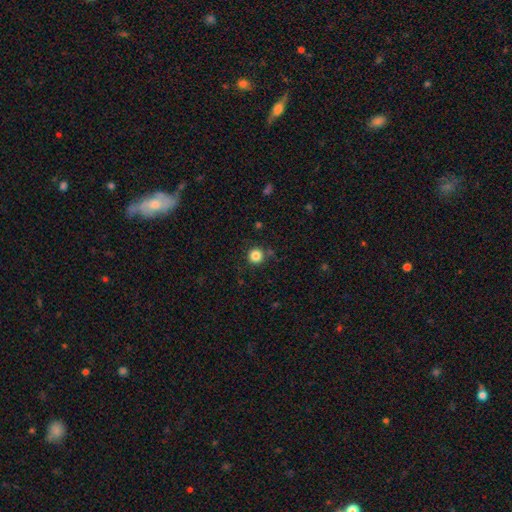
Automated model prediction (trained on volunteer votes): A smooth galaxy with no disk features (84%) that is round (95%).

Vote fractions:
- Smooth or featured? smooth: 84% / star or artifact: 12% / featured or disk: 4%
- How rounded? round: 95% / in between: 4% / cigar-shaped: 1%
- Merging? none: 86% / minor disturbance: 8% / merger: 3% / major disturbance: 3%